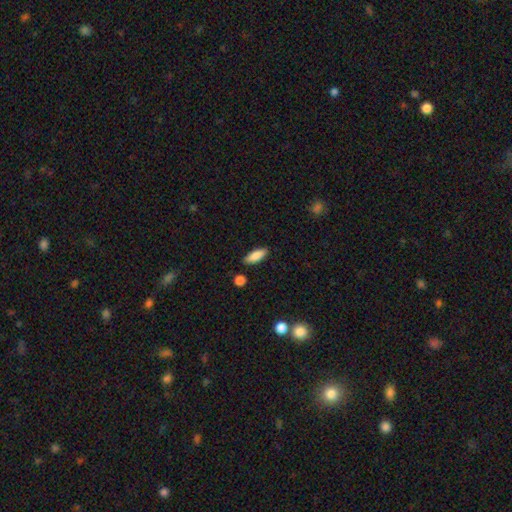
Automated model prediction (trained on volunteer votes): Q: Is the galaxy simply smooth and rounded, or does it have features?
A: smooth — 86%.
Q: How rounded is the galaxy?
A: in between — 69%.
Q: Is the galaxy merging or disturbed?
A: none — 86%.